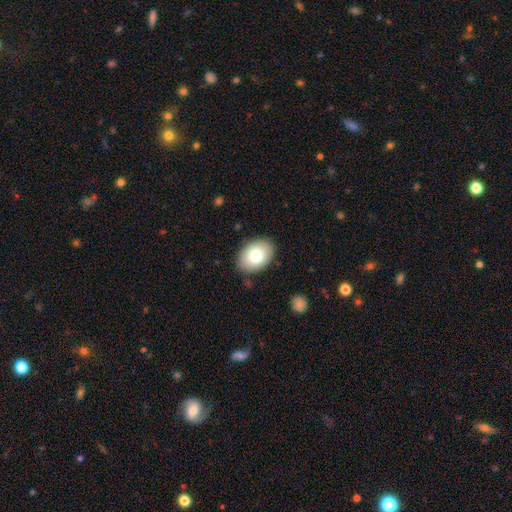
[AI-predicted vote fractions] Q: Smooth or featured?
A: smooth (78%); runner-up: featured or disk (14%)
Q: How rounded?
A: in between (84%); runner-up: round (15%)
Q: Merging?
A: none (86%); runner-up: minor disturbance (10%)